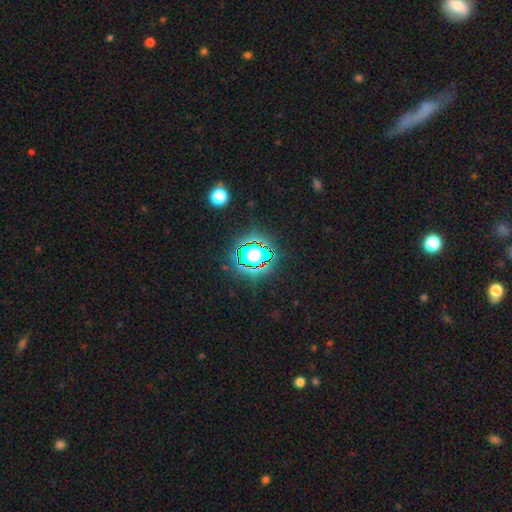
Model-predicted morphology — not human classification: This is likely a star or artifact rather than a galaxy (79%).